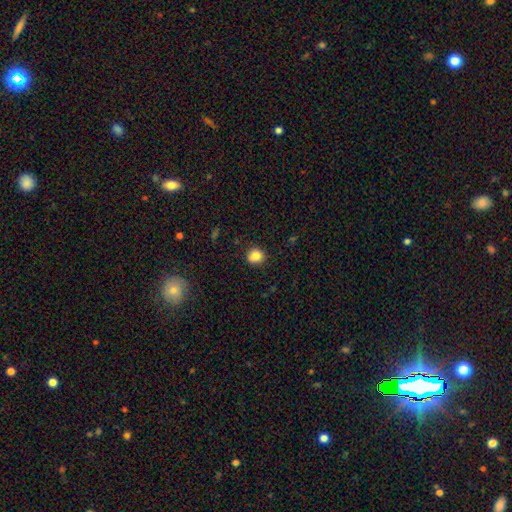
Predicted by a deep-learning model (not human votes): smooth 85%, star or artifact 10%, featured or disk 5%. Down the decision tree: how rounded — round (80%); merging — none (85%).